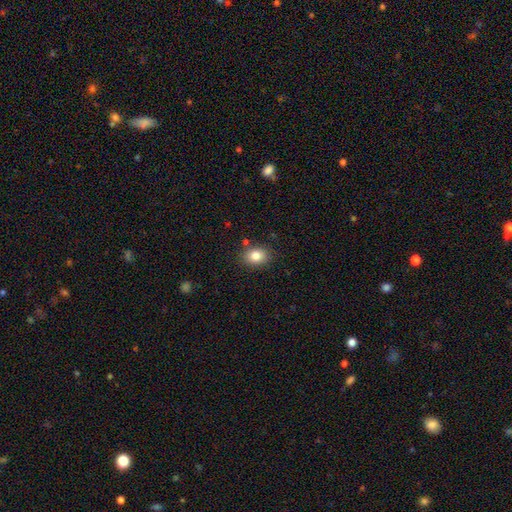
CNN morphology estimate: Q: Smooth or featured?
A: smooth (83%); runner-up: star or artifact (10%)
Q: How rounded?
A: in between (56%); runner-up: round (43%)
Q: Merging?
A: none (83%); runner-up: minor disturbance (11%)